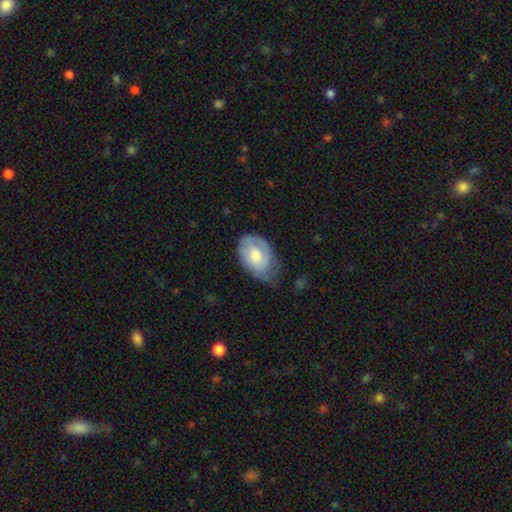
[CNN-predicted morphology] smooth_or_featured: featured or disk (p=0.48) [alt: smooth p=0.46]
merging: none (p=0.47) [alt: minor disturbance p=0.37]